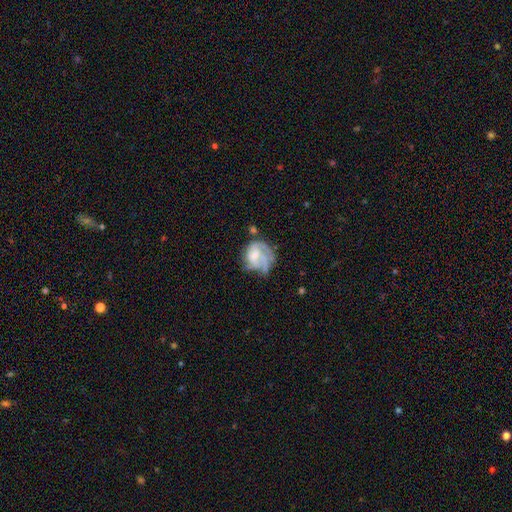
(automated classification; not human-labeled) Smooth or featured: featured or disk — 64% (smooth — 28%)
Edge-on disk: no — 98% (yes — 2%)
Bar: no — 60% (weak — 33%)
Spiral arms: yes — 72% (no — 28%)
Bulge size: small — 32% (moderate — 31%)
Merging: none — 38% (major disturbance — 30%)